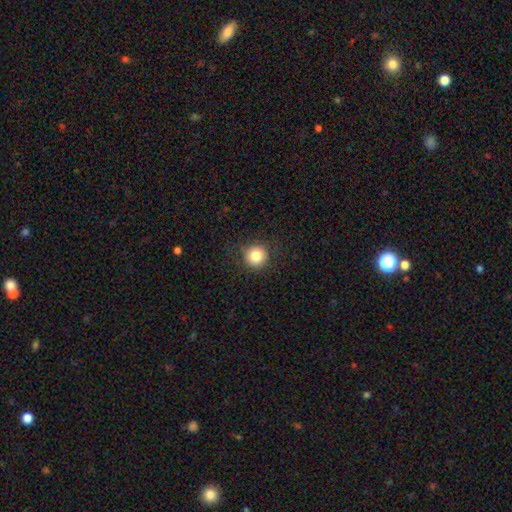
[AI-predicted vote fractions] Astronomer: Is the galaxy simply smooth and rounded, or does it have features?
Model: smooth — 83%.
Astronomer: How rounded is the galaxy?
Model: round — 94%.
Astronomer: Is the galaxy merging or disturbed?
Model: none — 87%.